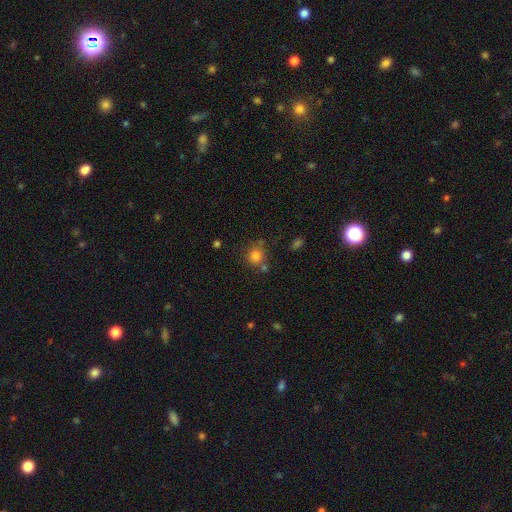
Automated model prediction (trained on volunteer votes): Smooth or featured? smooth (81%)
How rounded? round (87%)
Merging? none (67%)